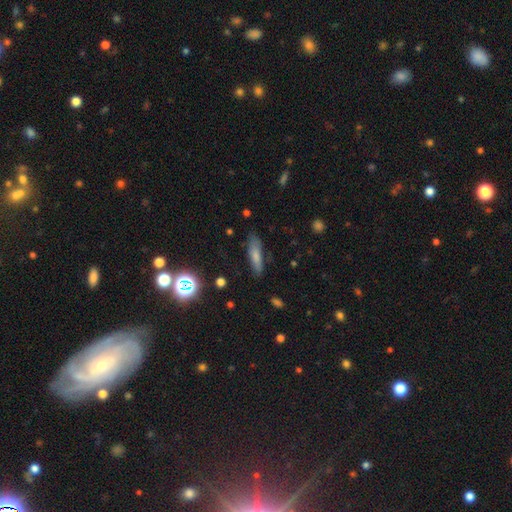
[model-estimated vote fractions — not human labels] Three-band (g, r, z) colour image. It shows a smooth galaxy with no disk features (73%) that is cigar-shaped (69%). Merging: none (78%).